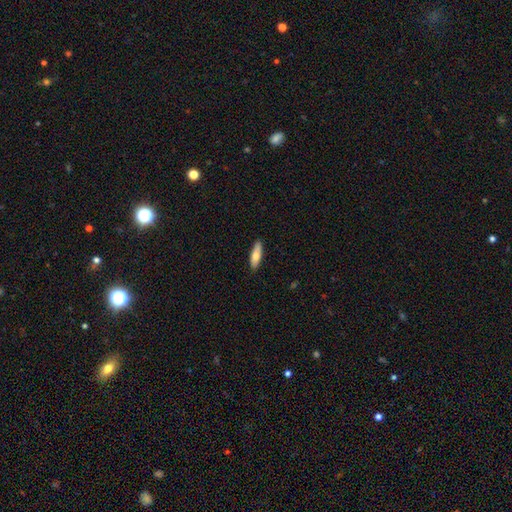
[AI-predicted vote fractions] The model was most divided on "how rounded": cigar-shaped: 51%, in between: 47%, round: 2%. More confident: merging — none (89%); smooth or featured — smooth (70%).